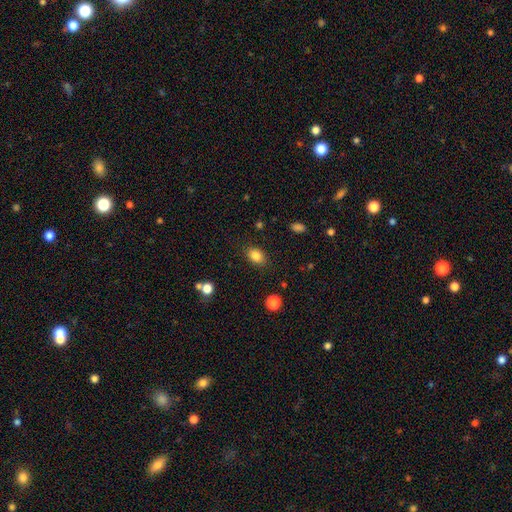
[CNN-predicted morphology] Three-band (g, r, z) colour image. It shows a smooth galaxy with no disk features (84%) that is in between round and cigar-shaped (81%). Merging: none (83%).